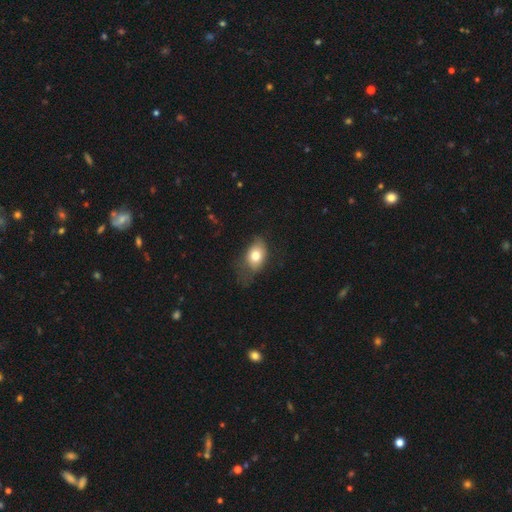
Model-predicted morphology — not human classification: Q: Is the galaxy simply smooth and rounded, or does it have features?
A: smooth — 75%.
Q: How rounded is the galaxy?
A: in between — 81%.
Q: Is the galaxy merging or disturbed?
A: none — 45%.